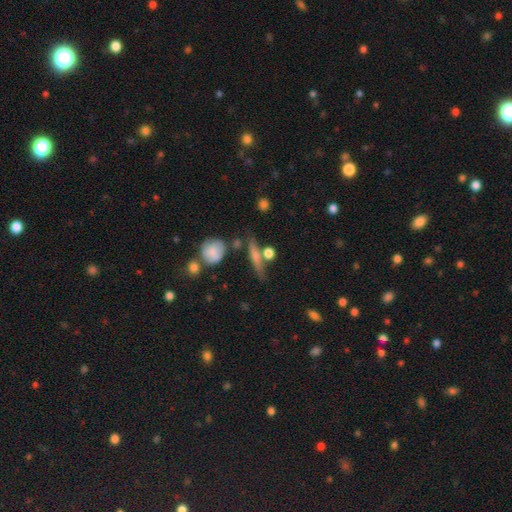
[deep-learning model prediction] Smooth or featured?
  - smooth: 47% *
  - featured or disk: 43%
  - star or artifact: 11%
Merging?
  - none: 67% *
  - minor disturbance: 15%
  - merger: 12%
  - major disturbance: 6%